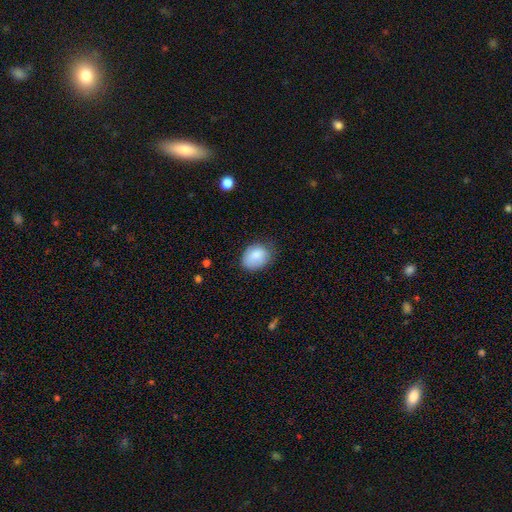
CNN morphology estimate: The model was most divided on "merging": none: 65%, minor disturbance: 28%, major disturbance: 6%, merger: 1%. More confident: smooth or featured — smooth (84%); how rounded — in between (70%).